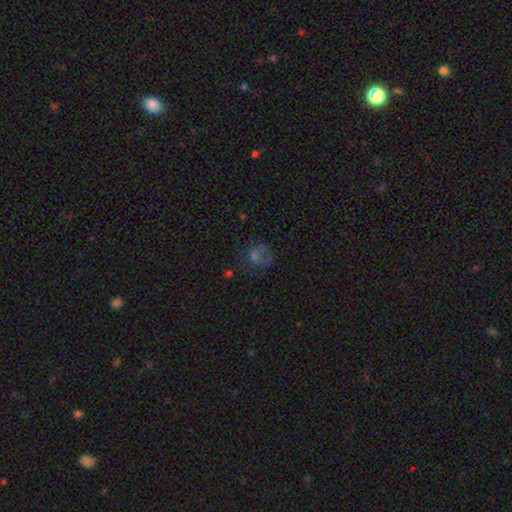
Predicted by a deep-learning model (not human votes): Overall: smooth (42%; featured or disk 29%). Merging: none (52%; major disturbance 21%).